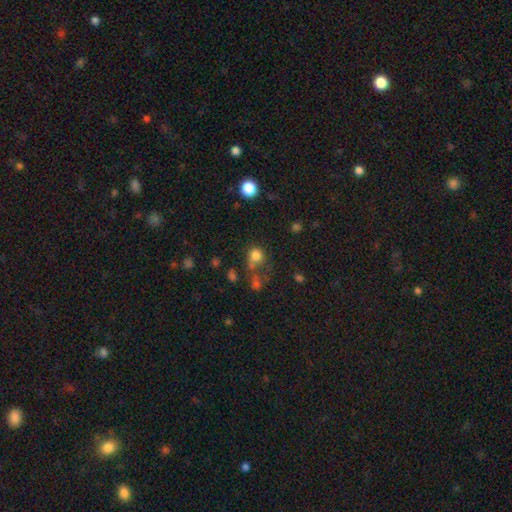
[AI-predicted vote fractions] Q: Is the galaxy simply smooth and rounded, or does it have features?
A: smooth — 77%.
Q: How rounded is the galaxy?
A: round — 79%.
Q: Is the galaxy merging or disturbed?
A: none — 51%.